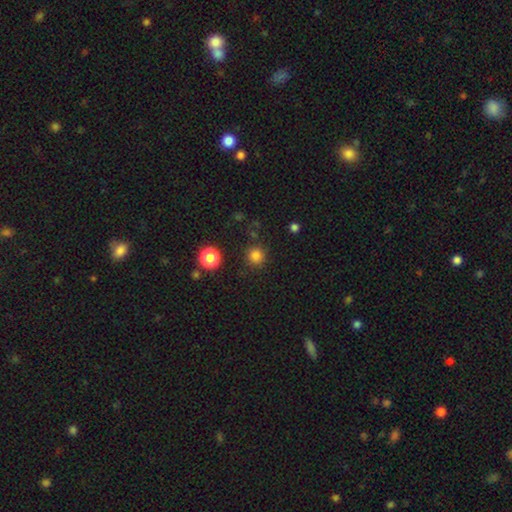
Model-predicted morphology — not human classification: Smooth or featured? smooth (81%)
How rounded? round (94%)
Merging? none (87%)